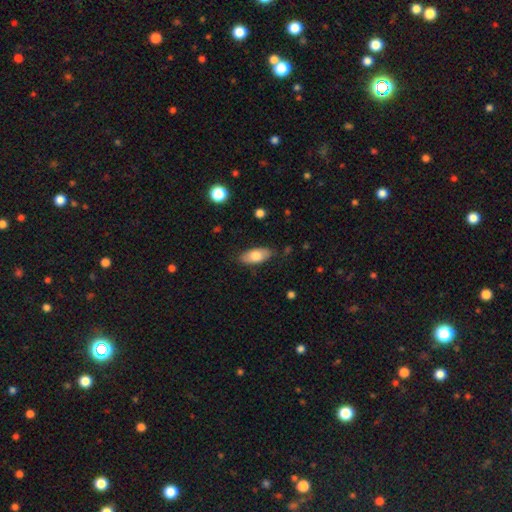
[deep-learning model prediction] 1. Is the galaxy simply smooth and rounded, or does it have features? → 74% smooth, 19% featured or disk, 6% star or artifact.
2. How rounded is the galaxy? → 88% in between, 9% cigar-shaped, 3% round.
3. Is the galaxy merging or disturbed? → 82% none, 13% minor disturbance, 3% major disturbance, 1% merger.